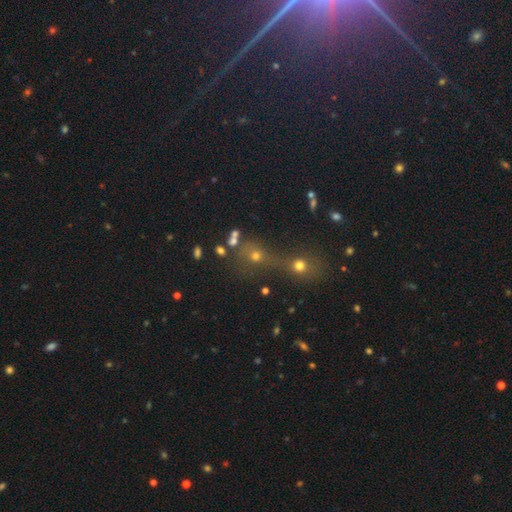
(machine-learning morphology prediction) smooth 54%, star or artifact 32%, featured or disk 14%. Down the decision tree: how rounded — round (75%); merging — merger (55%).